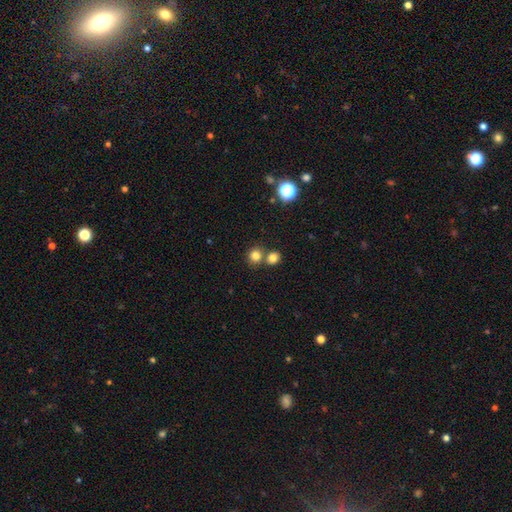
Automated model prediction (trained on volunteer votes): This is likely a smooth galaxy (79%). How rounded: clearly round (89%). Merging: likely none (63%).